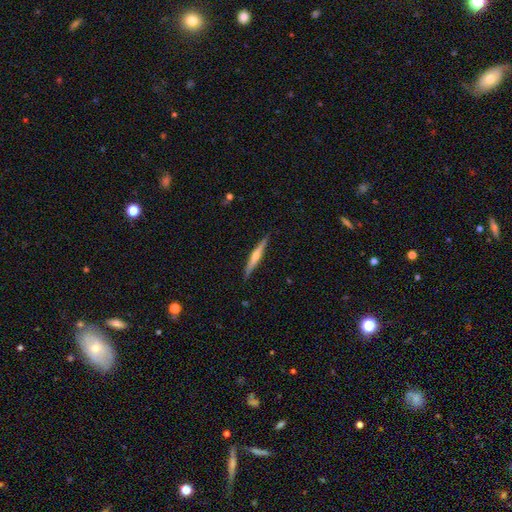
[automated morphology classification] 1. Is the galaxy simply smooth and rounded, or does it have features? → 65% featured or disk, 30% smooth, 5% star or artifact.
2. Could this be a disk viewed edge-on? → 98% yes, 2% no.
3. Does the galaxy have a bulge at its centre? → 83% rounded, 12% none, 5% boxy.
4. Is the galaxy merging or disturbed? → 90% none, 8% minor disturbance, 1% major disturbance, 1% merger.